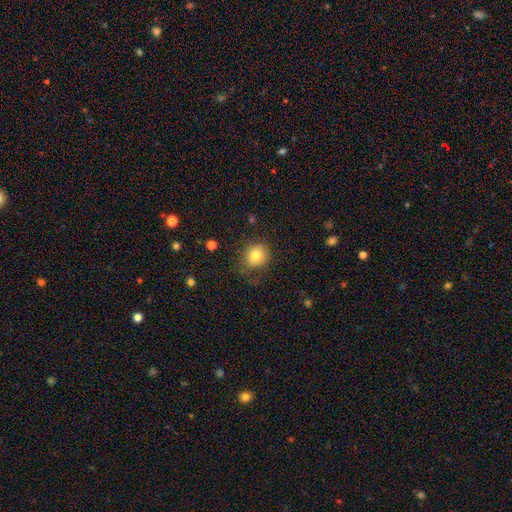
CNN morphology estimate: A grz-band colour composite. It shows a smooth galaxy with no disk features (80%) that is round (78%). Merging: none (75%).